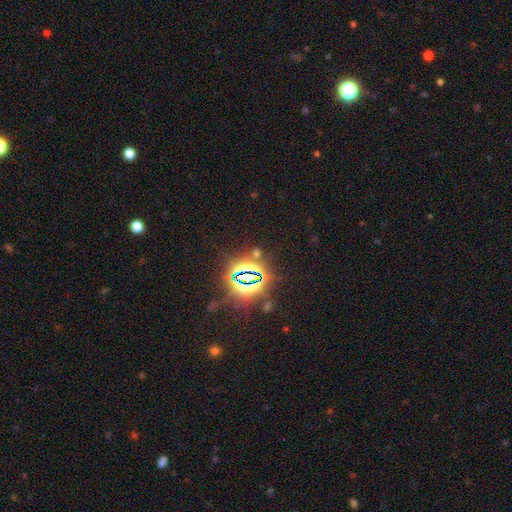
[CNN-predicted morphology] The model was most divided on "smooth or featured": star or artifact: 84%, smooth: 8%, featured or disk: 7%.